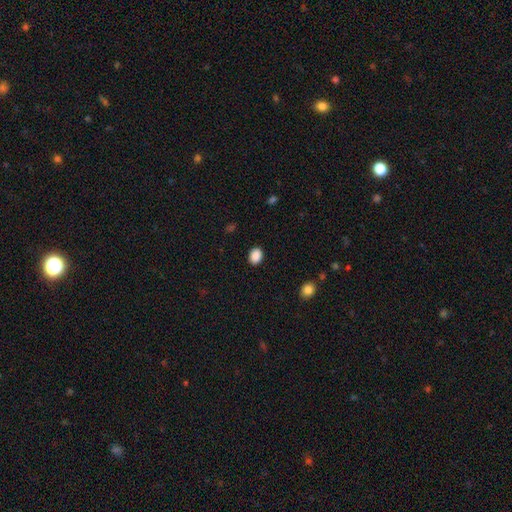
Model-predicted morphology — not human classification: type=smooth (89%); roundness=in between (60%); merging=none (89%).